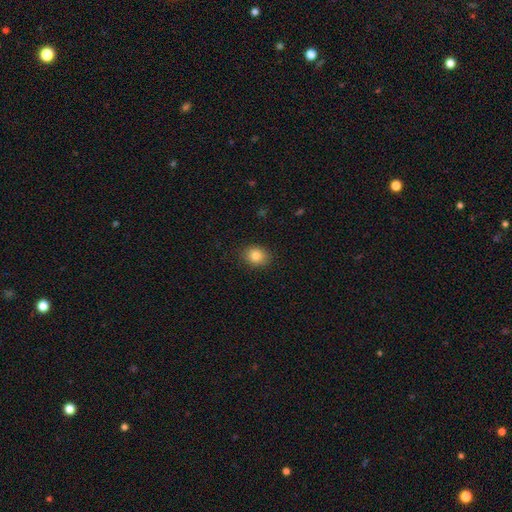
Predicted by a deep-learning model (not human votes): smooth_or_featured: smooth (p=0.84) [alt: star or artifact p=0.10]
how_rounded: round (p=0.51) [alt: in between p=0.48]
merging: none (p=0.88) [alt: minor disturbance p=0.09]